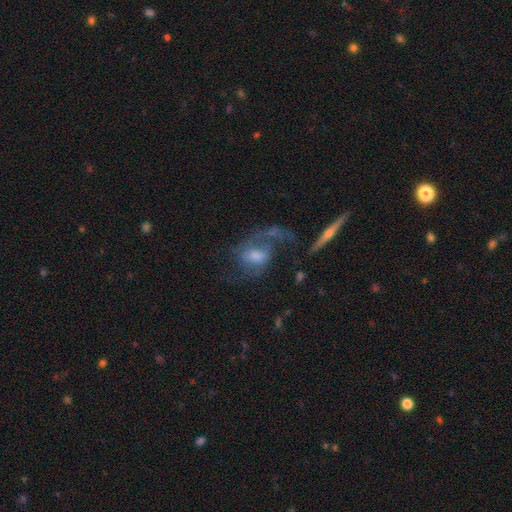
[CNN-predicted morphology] Smooth or featured: featured or disk — 74% (smooth — 17%)
Edge-on disk: no — 93% (yes — 7%)
Bar: no — 45% (weak — 43%)
Spiral arms: yes — 84% (no — 16%)
Spiral winding: loose — 47% (medium — 39%)
Spiral arm count: 2 — 59% (1 — 23%)
Bulge size: moderate — 53% (small — 24%)
Merging: none — 39% (major disturbance — 34%)